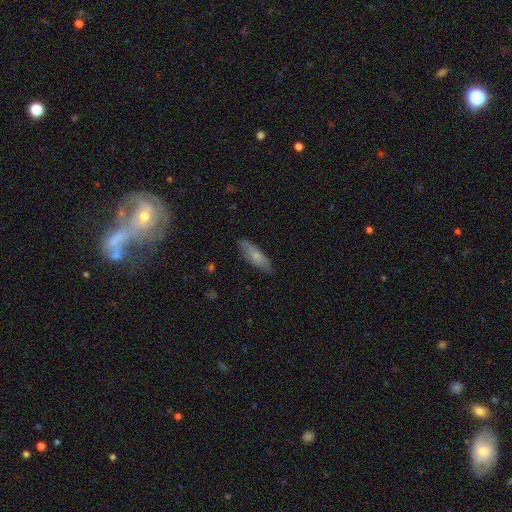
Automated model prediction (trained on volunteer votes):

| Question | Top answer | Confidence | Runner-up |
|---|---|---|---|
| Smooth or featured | smooth | 68% | featured or disk (26%) |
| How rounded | cigar-shaped | 58% | in between (40%) |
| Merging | none | 85% | minor disturbance (12%) |